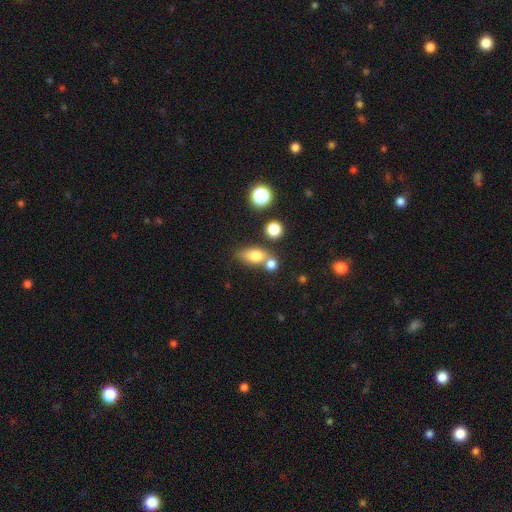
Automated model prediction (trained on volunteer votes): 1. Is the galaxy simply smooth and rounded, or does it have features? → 74% smooth, 14% featured or disk, 12% star or artifact.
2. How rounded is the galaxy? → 73% in between, 18% round, 9% cigar-shaped.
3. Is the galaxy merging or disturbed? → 53% none, 27% merger, 14% minor disturbance, 6% major disturbance.